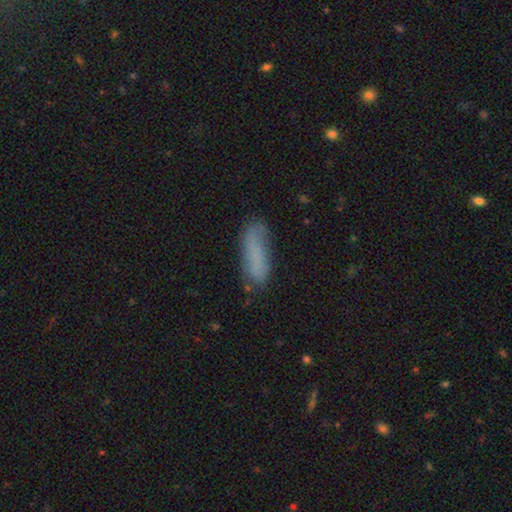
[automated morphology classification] The model was most divided on "how rounded": cigar-shaped: 57%, in between: 41%, round: 2%. More confident: smooth or featured — smooth (74%); merging — none (63%).